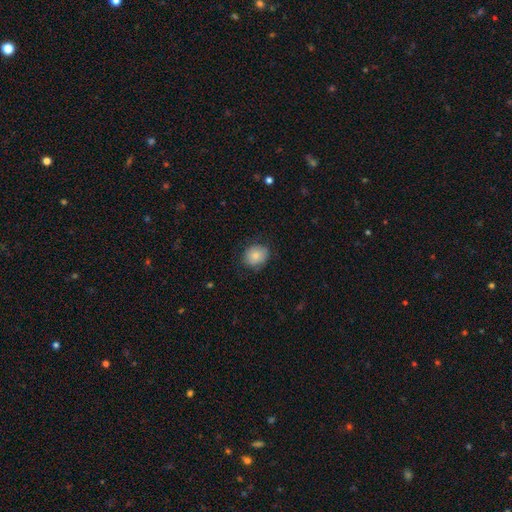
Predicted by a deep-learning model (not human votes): smooth-or-featured: smooth: 83% | featured or disk: 9% | star or artifact: 8%
  how-rounded: round: 67% | in between: 33% | cigar-shaped: 1%
  merging: none: 78% | minor disturbance: 17% | major disturbance: 4% | merger: 1%